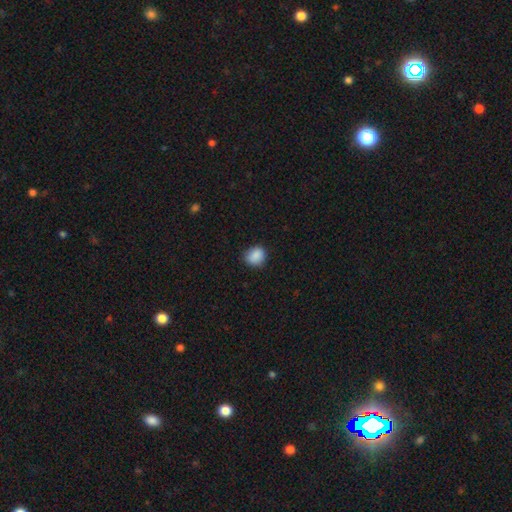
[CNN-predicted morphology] smooth_or_featured: smooth (p=0.88) [alt: star or artifact p=0.09]
how_rounded: round (p=0.69) [alt: in between p=0.30]
merging: none (p=0.82) [alt: minor disturbance p=0.14]